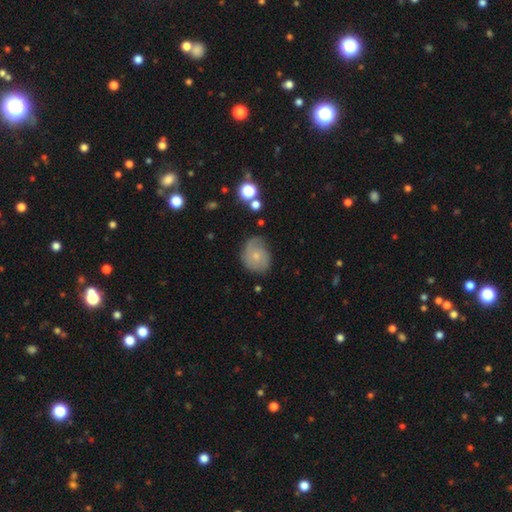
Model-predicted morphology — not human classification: smooth 50%, featured or disk 41%, star or artifact 8%. Down the decision tree: how rounded — round (55%); merging — none (54%).